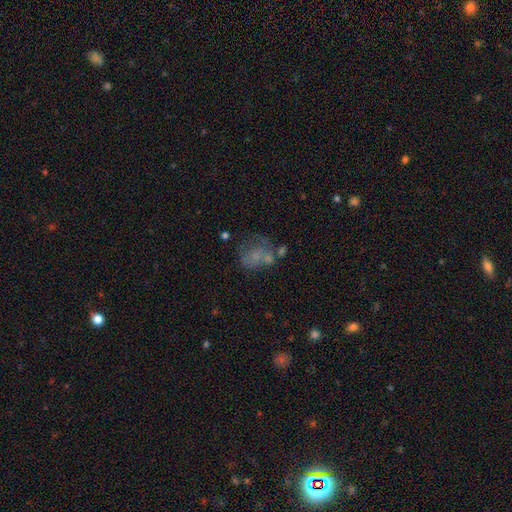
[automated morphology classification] Q: Smooth or featured?
A: smooth (46%); runner-up: featured or disk (37%)
Q: Merging?
A: none (32%); runner-up: major disturbance (29%)